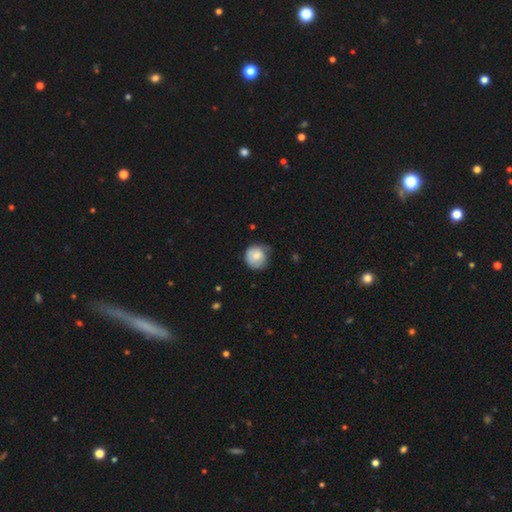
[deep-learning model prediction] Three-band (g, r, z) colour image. It shows a smooth galaxy with no disk features (73%) that is round (88%). Merging: none (57%).